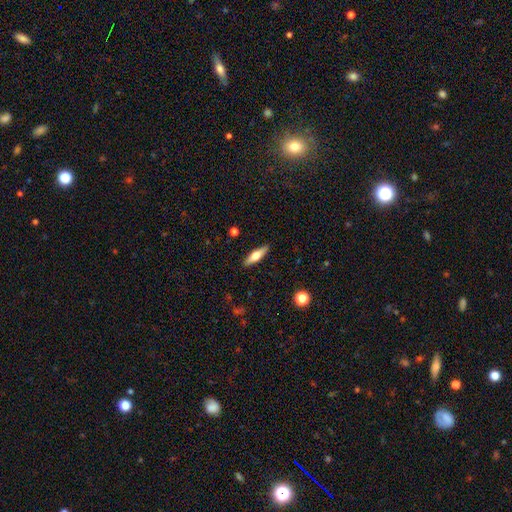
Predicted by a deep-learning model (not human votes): Smooth or featured?
  - smooth: 50% *
  - featured or disk: 44%
  - star or artifact: 6%
How rounded?
  - cigar-shaped: 64% *
  - in between: 33%
  - round: 2%
Merging?
  - none: 90% *
  - minor disturbance: 7%
  - major disturbance: 2%
  - merger: 1%